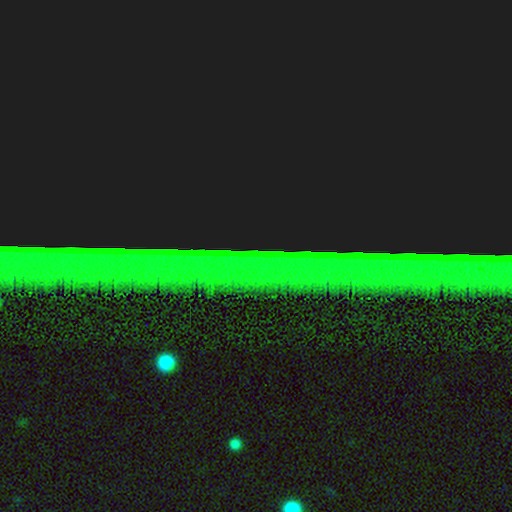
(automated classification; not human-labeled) smooth-or-featured: star or artifact: 83% | featured or disk: 10% | smooth: 7%